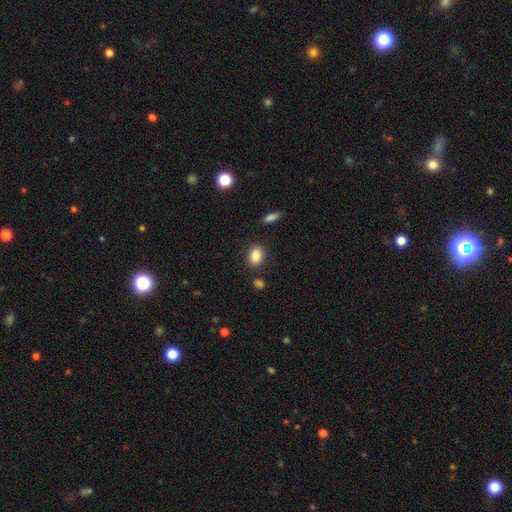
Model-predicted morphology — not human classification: Smooth or featured: smooth — 85% (star or artifact — 9%)
How rounded: in between — 72% (round — 27%)
Merging: none — 84% (minor disturbance — 10%)